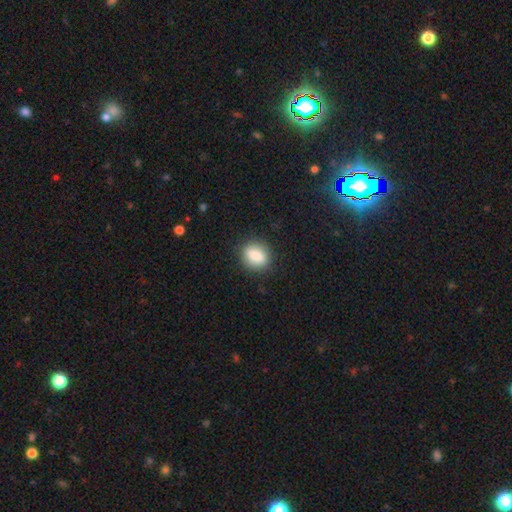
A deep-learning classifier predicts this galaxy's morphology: Q: Smooth or featured?
A: smooth (84%); runner-up: featured or disk (8%)
Q: How rounded?
A: in between (60%); runner-up: round (36%)
Q: Merging?
A: none (86%); runner-up: minor disturbance (10%)